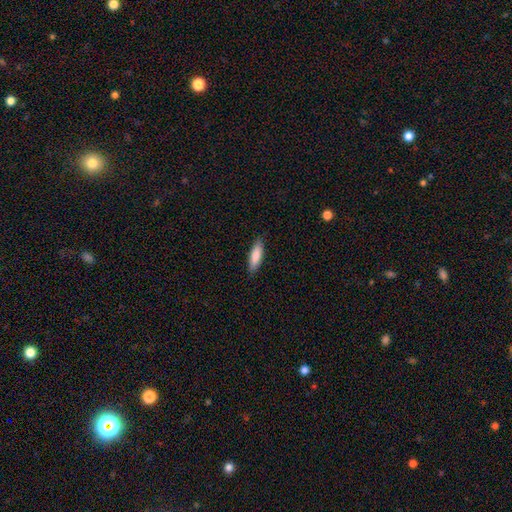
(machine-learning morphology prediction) Smooth or featured? Predicted: smooth (p=0.84). How rounded? Predicted: cigar-shaped (p=0.57). Merging? Predicted: none (p=0.87).